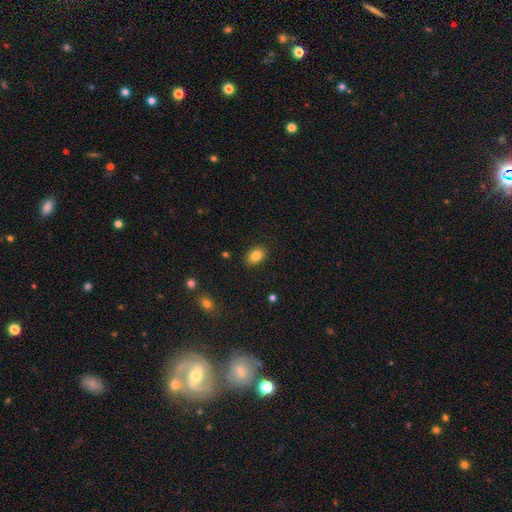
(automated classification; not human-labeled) Smooth or featured: smooth — 84% (star or artifact — 9%)
How rounded: in between — 78% (round — 21%)
Merging: none — 87% (minor disturbance — 9%)